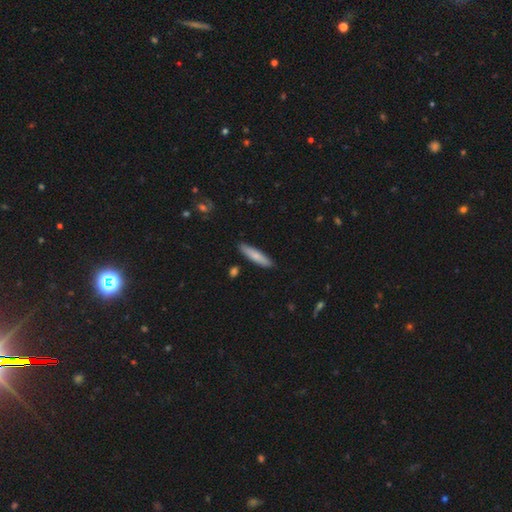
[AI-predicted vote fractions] Smooth or featured: smooth — 77% (featured or disk — 17%)
How rounded: cigar-shaped — 81% (in between — 18%)
Merging: none — 88% (minor disturbance — 8%)